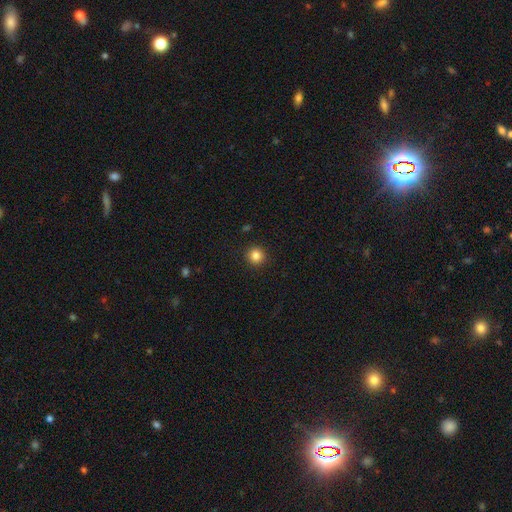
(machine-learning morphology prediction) smooth-or-featured: smooth: 85% | star or artifact: 11% | featured or disk: 4%
  how-rounded: round: 94% | in between: 5% | cigar-shaped: 1%
  merging: none: 92% | minor disturbance: 5% | major disturbance: 2% | merger: 1%